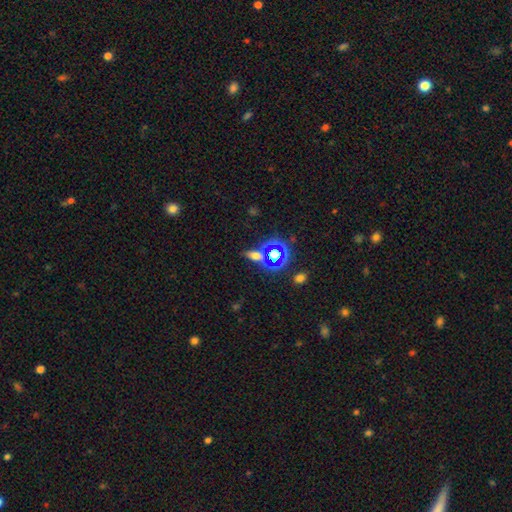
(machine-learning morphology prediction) Overall: smooth (44%; star or artifact 38%). Merging: none (71%).